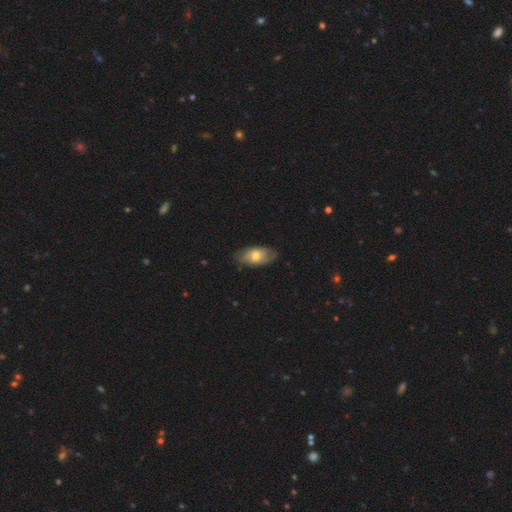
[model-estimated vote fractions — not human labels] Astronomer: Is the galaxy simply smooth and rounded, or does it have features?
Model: smooth — 58% (runner-up: featured or disk, 36%).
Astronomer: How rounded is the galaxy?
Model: in between — 90%.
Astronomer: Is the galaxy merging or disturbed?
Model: none — 73%.